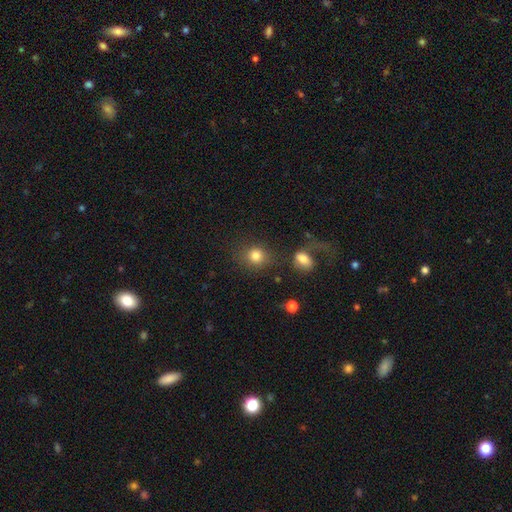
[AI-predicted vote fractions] A smooth galaxy with no disk features (82%) that is round (76%).

Vote fractions:
- Smooth or featured? smooth: 82% / star or artifact: 11% / featured or disk: 7%
- How rounded? round: 76% / in between: 23% / cigar-shaped: 1%
- Merging? none: 73% / minor disturbance: 11% / merger: 10% / major disturbance: 6%